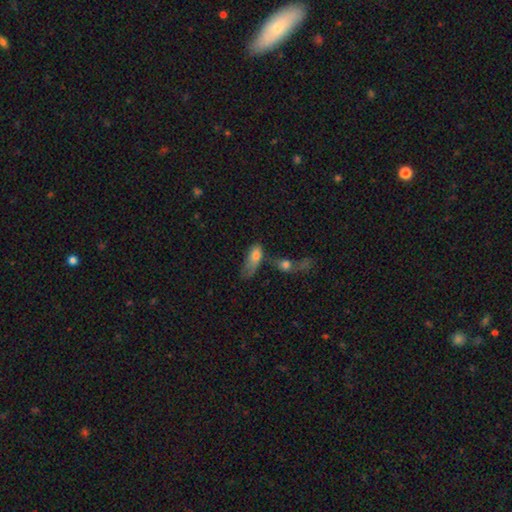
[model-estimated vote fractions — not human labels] Smooth or featured: smooth — 70% (featured or disk — 21%)
How rounded: in between — 83% (cigar-shaped — 11%)
Merging: merger — 33% (major disturbance — 25%)